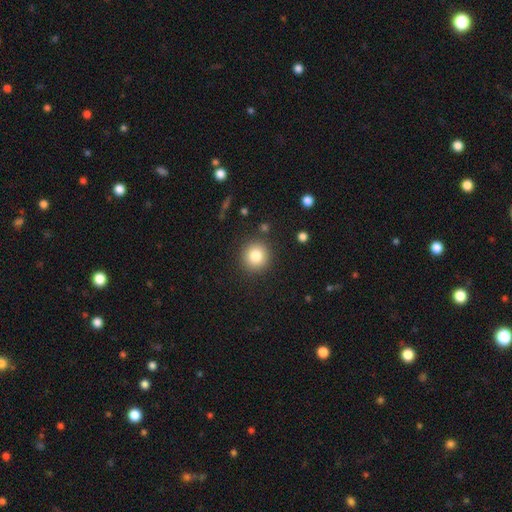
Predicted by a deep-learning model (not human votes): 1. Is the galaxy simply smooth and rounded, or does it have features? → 82% smooth, 11% star or artifact, 8% featured or disk.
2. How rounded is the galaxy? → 93% round, 6% in between, 1% cigar-shaped.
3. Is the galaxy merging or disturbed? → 89% none, 7% minor disturbance, 2% major disturbance, 2% merger.